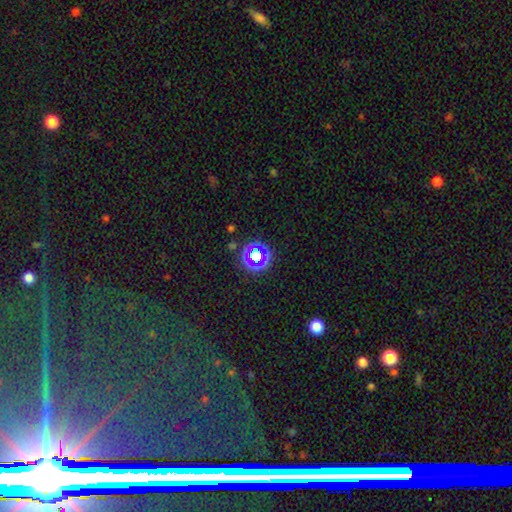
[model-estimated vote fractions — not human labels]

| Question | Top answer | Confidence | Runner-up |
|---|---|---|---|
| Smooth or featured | star or artifact | 56% | smooth (32%) |